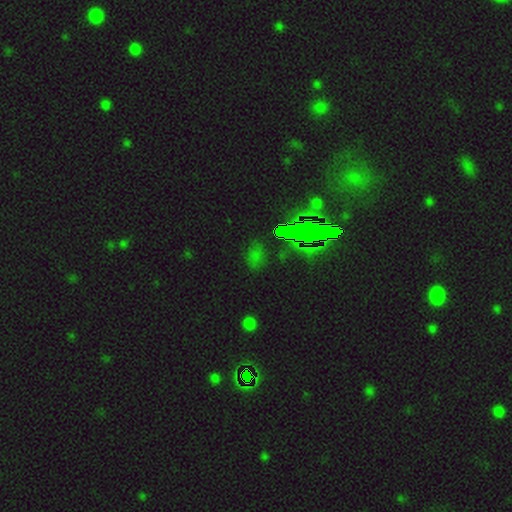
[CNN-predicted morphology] smooth-or-featured: star or artifact: 53% | smooth: 35% | featured or disk: 12%